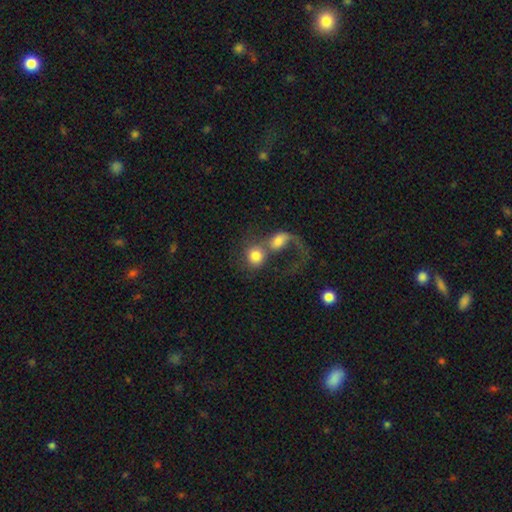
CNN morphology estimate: Smooth or featured: smooth — 66% (featured or disk — 25%)
How rounded: round — 74% (in between — 24%)
Merging: merger — 65% (none — 15%)